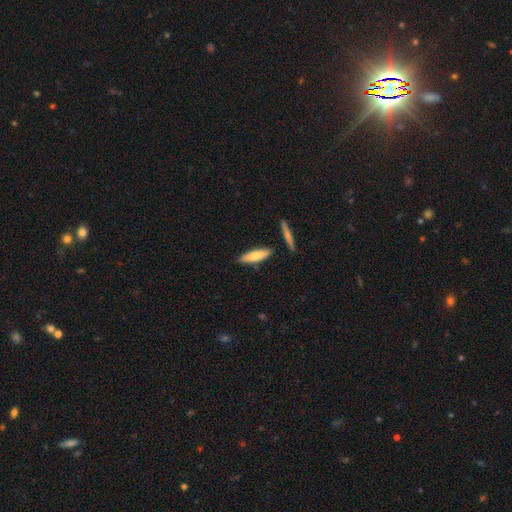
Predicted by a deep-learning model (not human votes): Smooth or featured?
  - smooth: 75% *
  - featured or disk: 20%
  - star or artifact: 5%
How rounded?
  - cigar-shaped: 60% *
  - in between: 38%
  - round: 2%
Merging?
  - none: 82% *
  - minor disturbance: 11%
  - merger: 5%
  - major disturbance: 2%